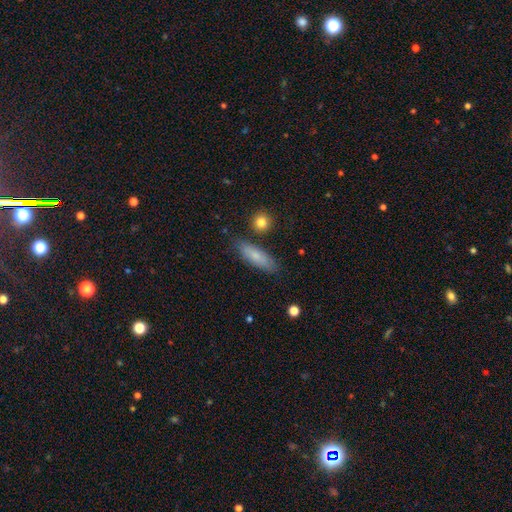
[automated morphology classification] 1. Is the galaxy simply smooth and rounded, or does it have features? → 73% smooth, 21% featured or disk, 6% star or artifact.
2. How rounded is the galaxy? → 52% cigar-shaped, 46% in between, 3% round.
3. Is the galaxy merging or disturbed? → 80% none, 14% minor disturbance, 3% merger, 3% major disturbance.